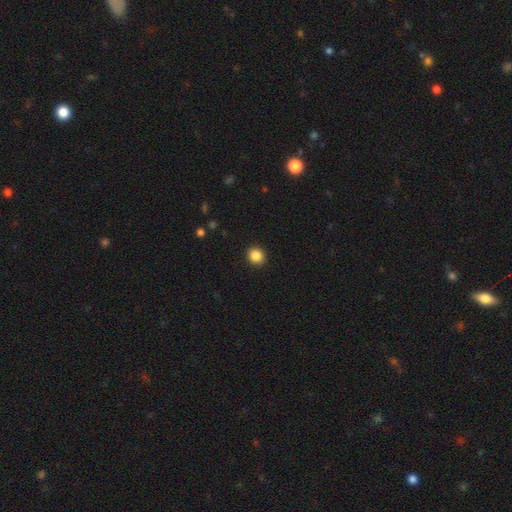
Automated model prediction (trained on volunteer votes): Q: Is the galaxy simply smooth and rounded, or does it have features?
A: smooth — 87%.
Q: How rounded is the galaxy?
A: round — 85%.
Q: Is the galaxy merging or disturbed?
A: none — 92%.